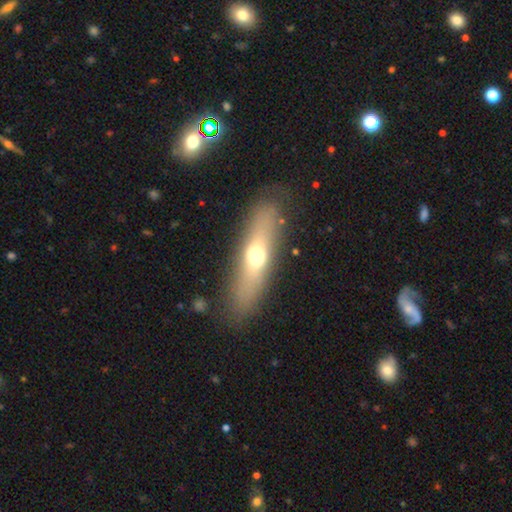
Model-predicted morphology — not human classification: The model was most divided on "smooth or featured": smooth: 54%, featured or disk: 39%, star or artifact: 8%. More confident: merging — none (85%); how rounded — cigar-shaped (65%).